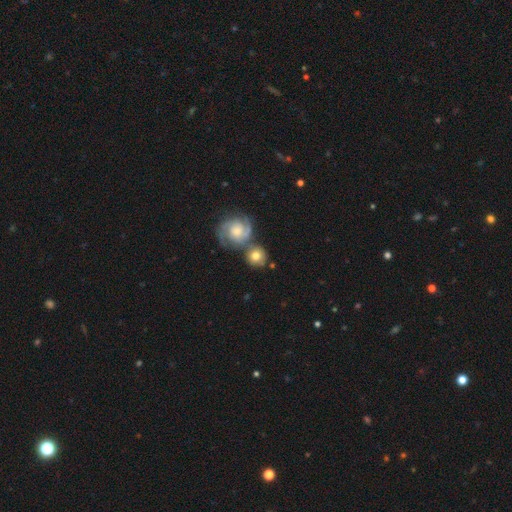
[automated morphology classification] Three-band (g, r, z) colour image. It shows a smooth galaxy with no disk features (58%) that is round (88%). Merging: none (58%).